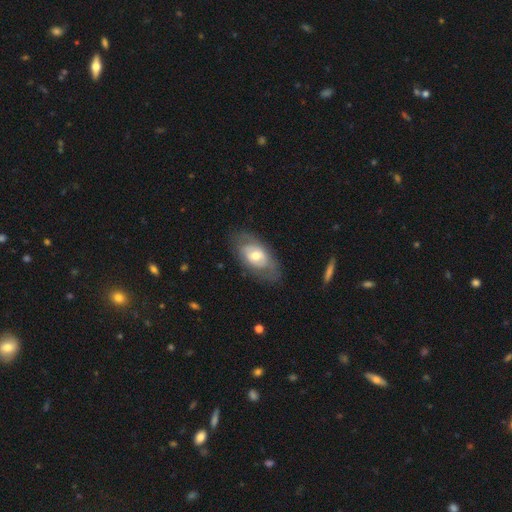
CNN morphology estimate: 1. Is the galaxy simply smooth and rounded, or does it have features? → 53% featured or disk, 41% smooth, 6% star or artifact.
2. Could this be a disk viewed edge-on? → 88% no, 12% yes.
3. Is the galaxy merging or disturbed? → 71% none, 19% minor disturbance, 9% major disturbance, 1% merger.